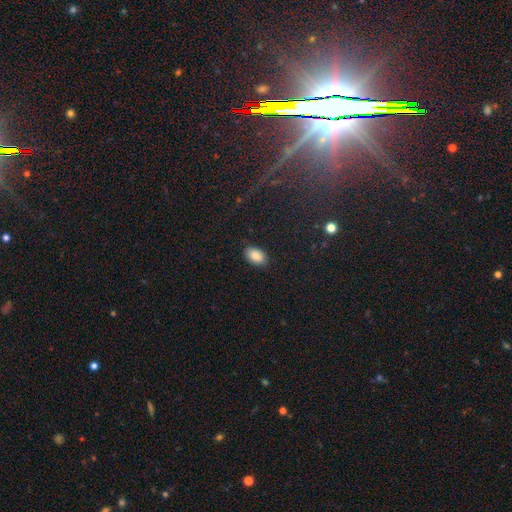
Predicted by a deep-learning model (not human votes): smooth_or_featured: smooth (p=0.87) [alt: star or artifact p=0.08]
how_rounded: in between (p=0.92) [alt: round p=0.07]
merging: none (p=0.86) [alt: minor disturbance p=0.10]